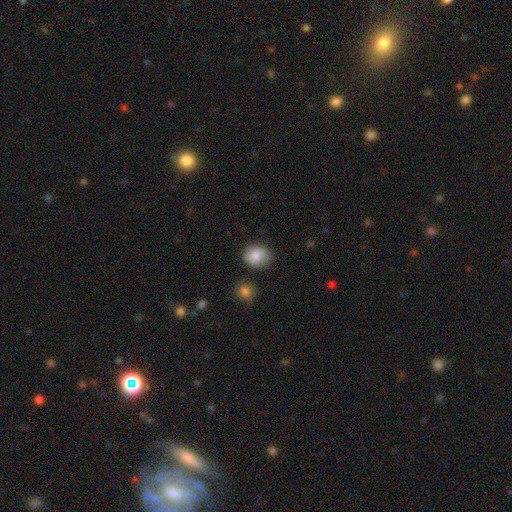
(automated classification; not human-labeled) Smooth or featured? smooth (81%)
How rounded? round (59%)
Merging? none (78%)